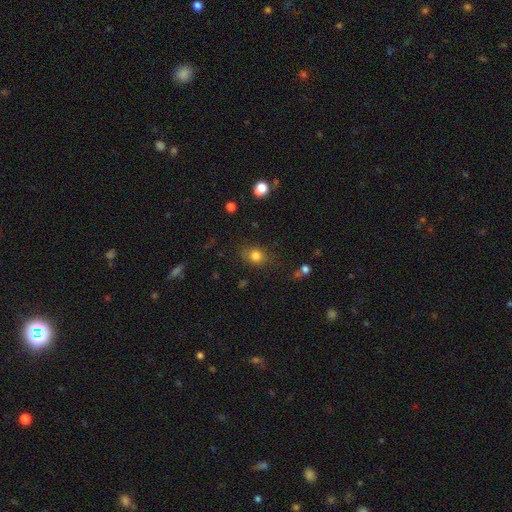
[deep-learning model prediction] Overall: smooth (81%). How rounded: round (64%; in between 35%). Merging: none (77%).